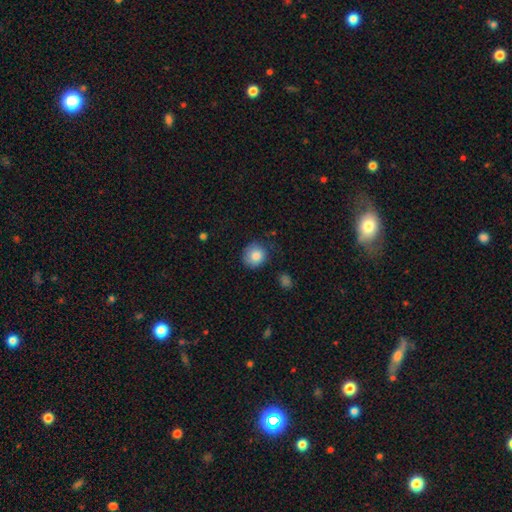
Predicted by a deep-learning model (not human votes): A smooth galaxy with no disk features (85%) that is round (87%).

Vote fractions:
- Smooth or featured? smooth: 85% / star or artifact: 8% / featured or disk: 7%
- How rounded? round: 87% / in between: 12% / cigar-shaped: 1%
- Merging? none: 75% / minor disturbance: 19% / major disturbance: 5% / merger: 2%